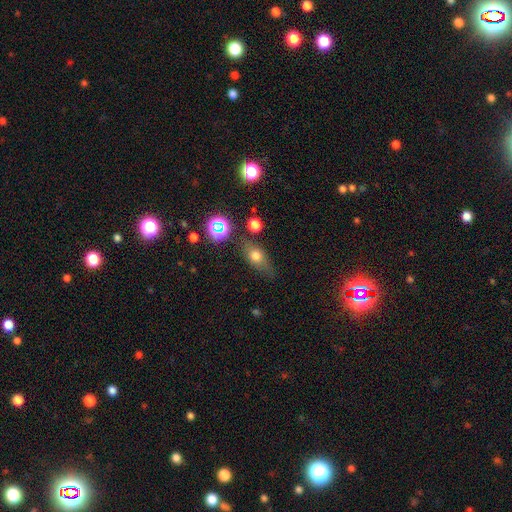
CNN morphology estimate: This appears to be a smooth galaxy with no disk features (64%) that is in between round and cigar-shaped (64%). Merging: none (69%).